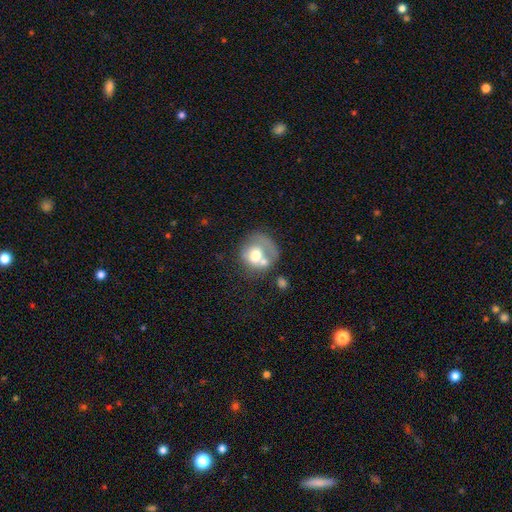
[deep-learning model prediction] smooth 59%, featured or disk 33%, star or artifact 8%. Down the decision tree: how rounded — round (74%); merging — merger (37%).